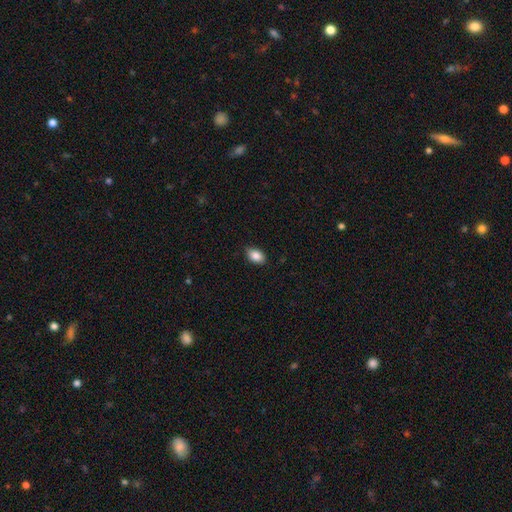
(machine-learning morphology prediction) This is clearly a smooth galaxy (87%). How rounded: clearly in between (88%). Merging: clearly none (86%).